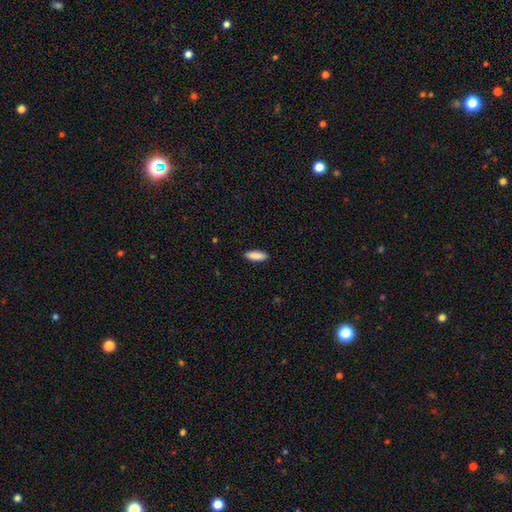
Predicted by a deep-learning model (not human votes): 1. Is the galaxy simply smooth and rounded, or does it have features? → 89% smooth, 6% star or artifact, 5% featured or disk.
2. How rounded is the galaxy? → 57% in between, 41% cigar-shaped, 2% round.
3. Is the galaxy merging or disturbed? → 90% none, 7% minor disturbance, 2% major disturbance, 1% merger.